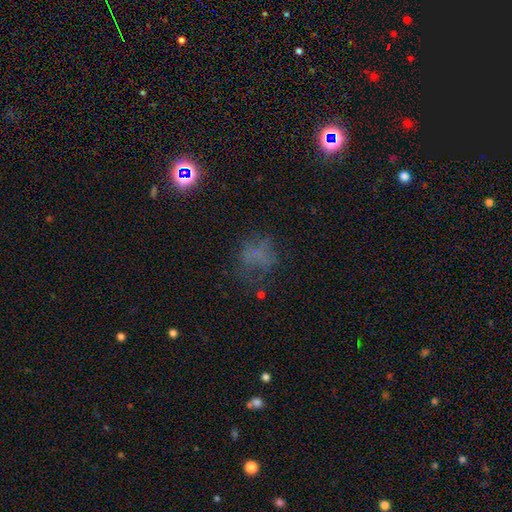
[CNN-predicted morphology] The model was most divided on "smooth or featured": smooth: 40%, star or artifact: 35%, featured or disk: 26%. More confident: merging — none (55%).